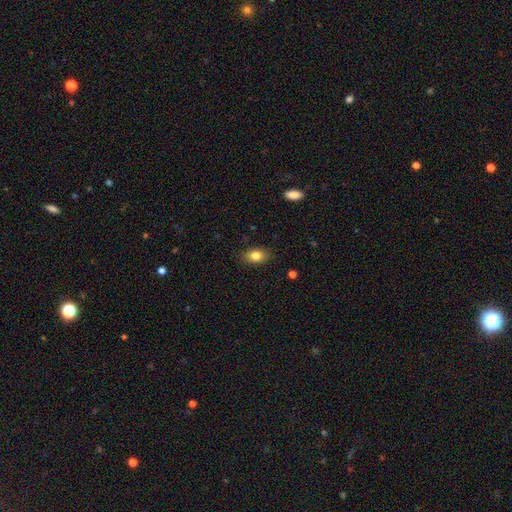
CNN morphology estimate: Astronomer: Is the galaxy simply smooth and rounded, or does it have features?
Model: smooth — 82%.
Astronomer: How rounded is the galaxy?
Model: in between — 83%.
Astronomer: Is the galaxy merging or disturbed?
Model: none — 86%.